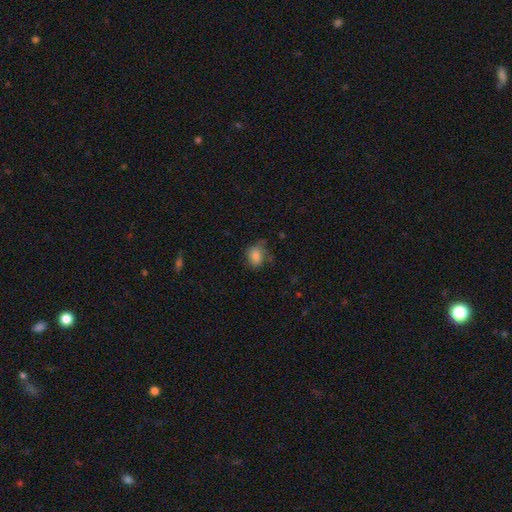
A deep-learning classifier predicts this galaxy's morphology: A smooth galaxy with no disk features (81%) that is in between round and cigar-shaped (51%).

Vote fractions:
- Smooth or featured? smooth: 81% / star or artifact: 10% / featured or disk: 10%
- How rounded? in between: 51% / round: 47% / cigar-shaped: 1%
- Merging? none: 59% / minor disturbance: 28% / major disturbance: 11% / merger: 2%